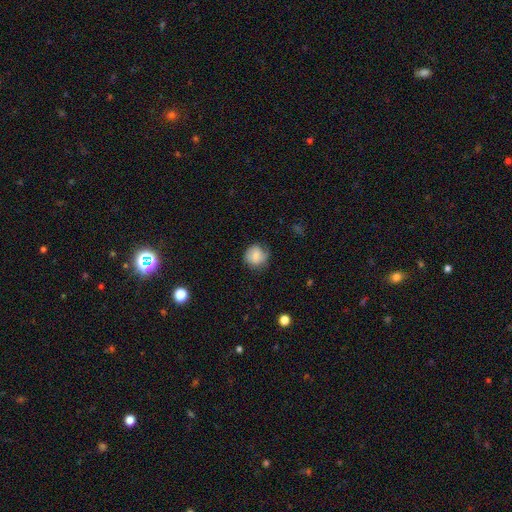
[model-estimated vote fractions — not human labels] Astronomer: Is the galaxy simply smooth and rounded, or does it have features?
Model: smooth — 66%.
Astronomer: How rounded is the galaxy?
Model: round — 84%.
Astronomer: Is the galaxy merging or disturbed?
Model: none — 65%.